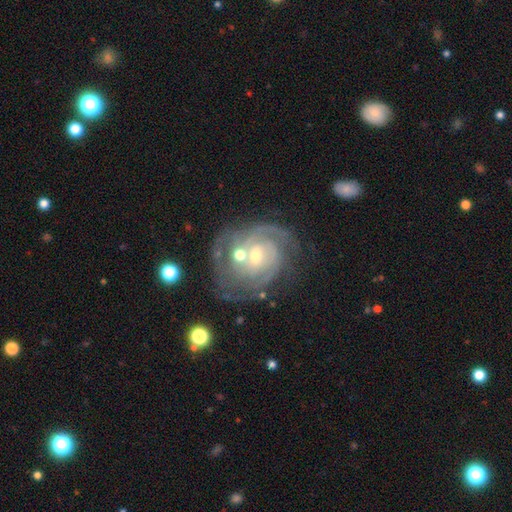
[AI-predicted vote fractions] smooth-or-featured: featured or disk: 86% | smooth: 8% | star or artifact: 6%
  disk-edge-on: no: 97% | yes: 3%
    bar: no: 52% | weak: 38% | strong: 10%
    has-spiral-arms: yes: 95% | no: 5%
      spiral-winding: tight: 68% | medium: 26% | loose: 6%
      spiral-arm-count: 2: 34% | can't tell: 26% | 3: 22% | 4: 7% | 1: 6% | more than 4: 5%
    bulge-size: small: 52% | moderate: 44% | large: 2% | none: 2% | dominant: 1%
  merging: none: 55% | minor disturbance: 17% | merger: 17% | major disturbance: 11%